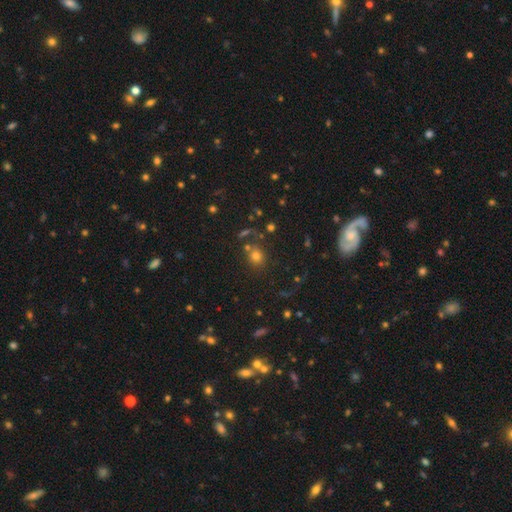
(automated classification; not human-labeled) A smooth galaxy with no disk features (64%) that is round (77%). Merging: none (73%).